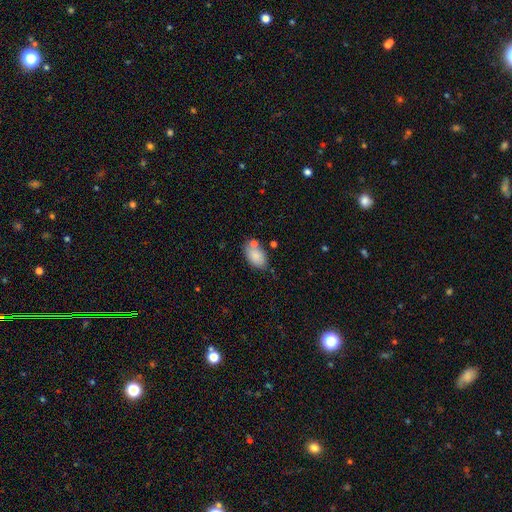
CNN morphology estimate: This appears to be a smooth galaxy with no disk features (84%) that is in between round and cigar-shaped (91%). Merging: none (63%).